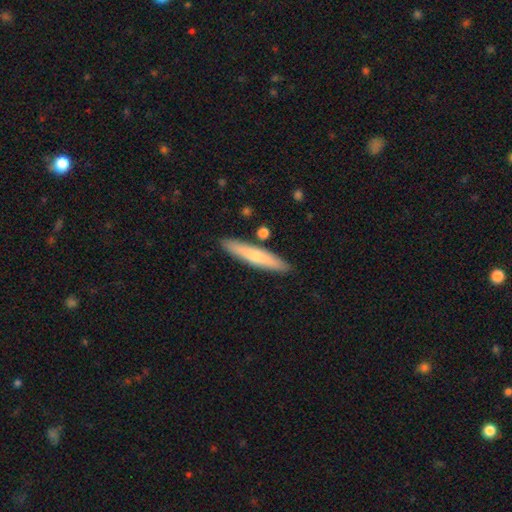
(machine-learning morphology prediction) Q: Smooth or featured?
A: smooth (62%); runner-up: featured or disk (32%)
Q: How rounded?
A: cigar-shaped (91%); runner-up: in between (8%)
Q: Merging?
A: none (88%); runner-up: minor disturbance (8%)